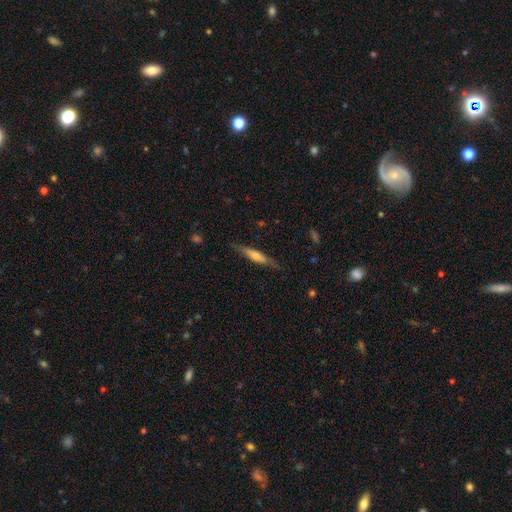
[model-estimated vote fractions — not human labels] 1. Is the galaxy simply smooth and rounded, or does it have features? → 55% featured or disk, 39% smooth, 6% star or artifact.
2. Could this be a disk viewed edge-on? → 92% yes, 8% no.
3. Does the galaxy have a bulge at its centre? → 71% rounded, 17% none, 12% boxy.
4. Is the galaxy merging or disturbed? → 83% none, 13% minor disturbance, 3% major disturbance, 1% merger.